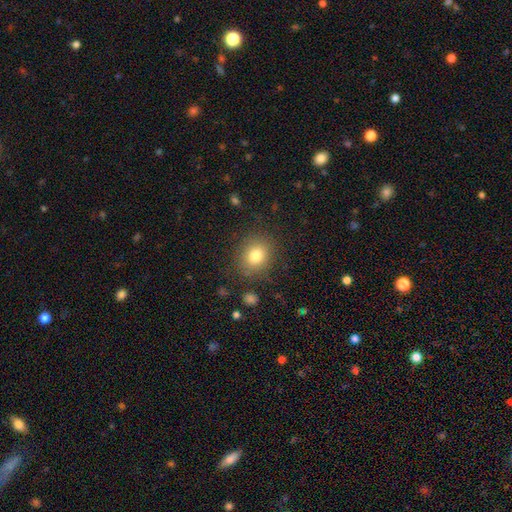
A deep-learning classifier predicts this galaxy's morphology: This appears to be a smooth galaxy with no disk features (79%) that is round (67%). Merging: none (84%).